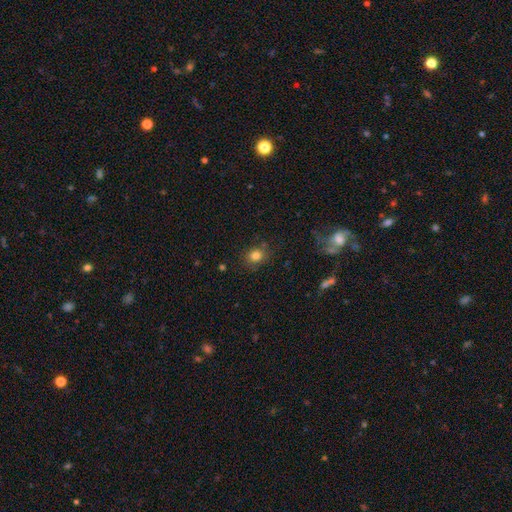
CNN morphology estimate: A smooth galaxy with no disk features (80%) that is round (67%).

Vote fractions:
- Smooth or featured? smooth: 80% / star or artifact: 13% / featured or disk: 7%
- How rounded? round: 67% / in between: 32% / cigar-shaped: 1%
- Merging? none: 78% / minor disturbance: 14% / major disturbance: 4% / merger: 3%